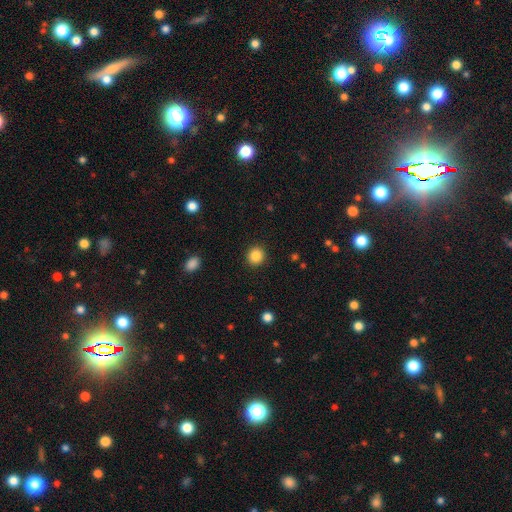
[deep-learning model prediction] The model was most divided on "smooth or featured": smooth: 86%, star or artifact: 10%, featured or disk: 4%. More confident: merging — none (91%); how rounded — round (90%).